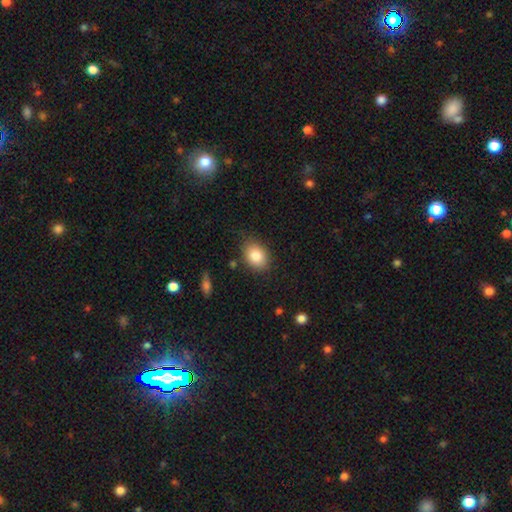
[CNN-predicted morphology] smooth 84%, star or artifact 8%, featured or disk 8%. Down the decision tree: how rounded — in between (69%); merging — none (80%).